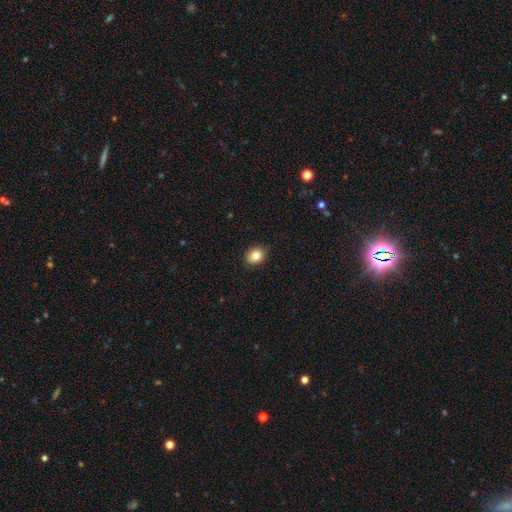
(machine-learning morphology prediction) Smooth or featured? smooth (86%)
How rounded? in between (58%)
Merging? none (88%)